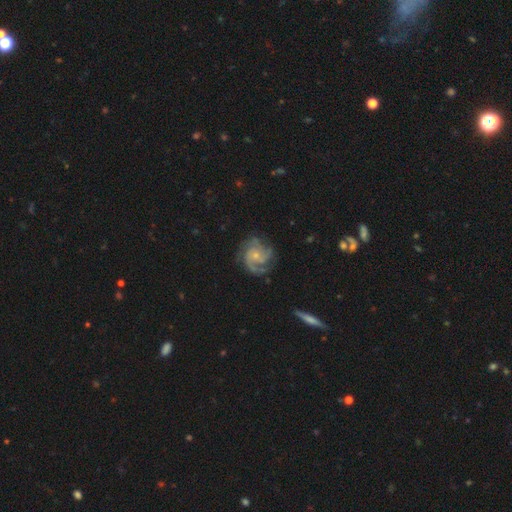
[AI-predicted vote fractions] A featured or disk galaxy (87%) with no bar (75%), 3 (47%) medium (46%) spiral arms (97%) and a small central bulge (71%).

Vote fractions:
- Smooth or featured? featured or disk: 87% / smooth: 7% / star or artifact: 5%
- Edge-on disk? no: 98% / yes: 2%
- Bar? no: 75% / weak: 22% / strong: 3%
- Spiral arms? yes: 97% / no: 3%
- Spiral winding? medium: 46% / tight: 42% / loose: 11%
- Spiral arm count? 3: 47% / 2: 15% / 4: 14% / can't tell: 13% / 1: 6% / more than 4: 6%
- Bulge size? small: 71% / moderate: 23% / none: 4% / large: 1% / dominant: 1%
- Merging? none: 71% / minor disturbance: 18% / major disturbance: 9% / merger: 2%